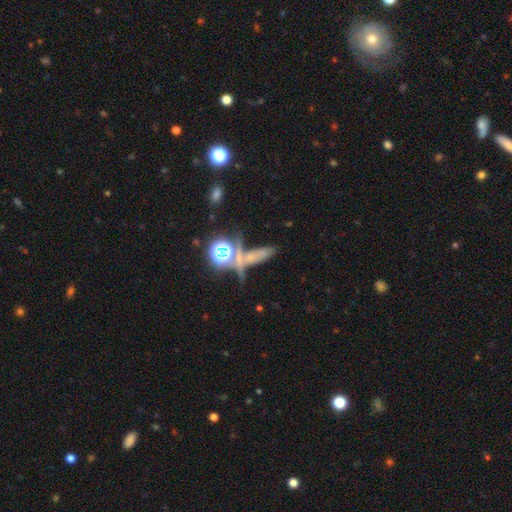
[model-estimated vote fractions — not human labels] The model was most divided on "smooth or featured": star or artifact: 45%, smooth: 35%, featured or disk: 21%.